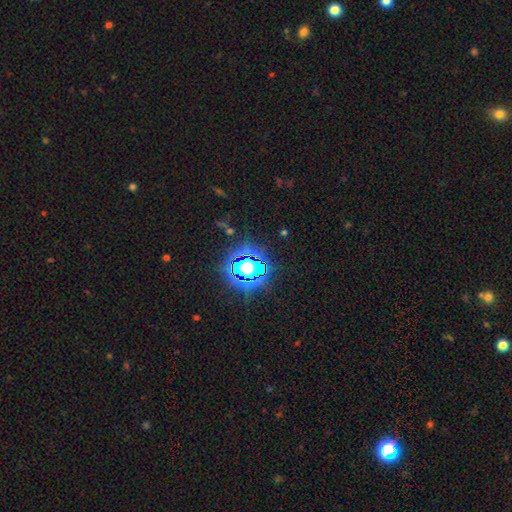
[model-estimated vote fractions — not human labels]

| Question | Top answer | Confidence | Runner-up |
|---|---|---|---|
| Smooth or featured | star or artifact | 83% | smooth (11%) |